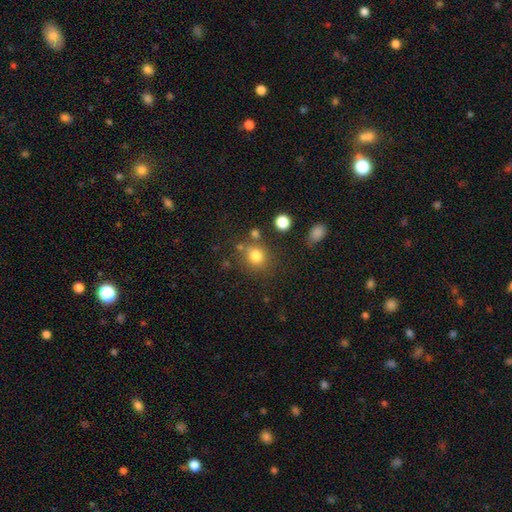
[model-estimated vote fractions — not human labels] A smooth galaxy with no disk features (79%) that is round (82%). Merging: none (72%).